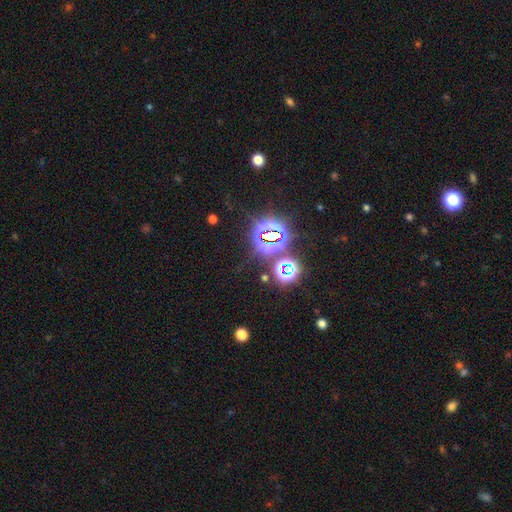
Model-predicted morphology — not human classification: Smooth or featured?
  - star or artifact: 80% *
  - smooth: 12%
  - featured or disk: 8%